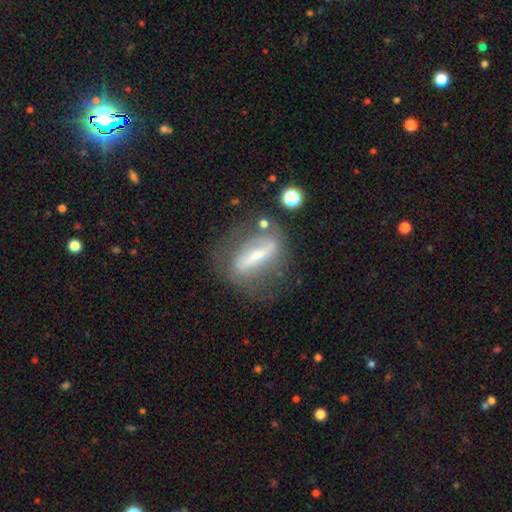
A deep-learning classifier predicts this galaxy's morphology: Smooth or featured?
  - featured or disk: 71% *
  - smooth: 21%
  - star or artifact: 8%
Edge-on disk?
  - no: 68% *
  - yes: 32%
Merging?
  - none: 59% *
  - minor disturbance: 19%
  - major disturbance: 17%
  - merger: 5%